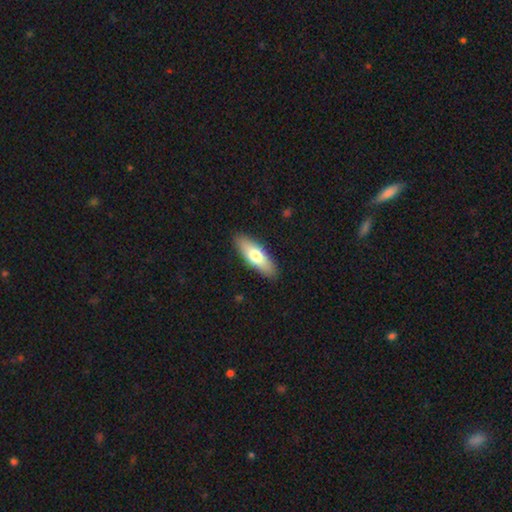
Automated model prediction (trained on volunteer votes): This appears to be a smooth galaxy with no disk features (69%) that is in between round and cigar-shaped (60%). Merging: none (89%).